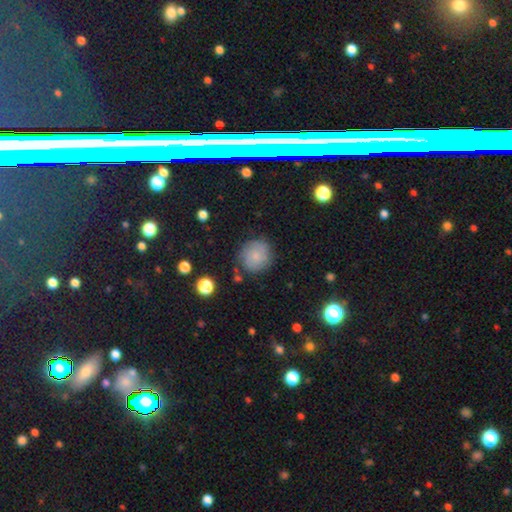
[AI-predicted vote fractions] A smooth galaxy with no disk features (63%) that is round (85%).

Vote fractions:
- Smooth or featured? smooth: 63% / featured or disk: 27% / star or artifact: 10%
- How rounded? round: 85% / in between: 14% / cigar-shaped: 1%
- Merging? none: 75% / minor disturbance: 17% / major disturbance: 5% / merger: 3%